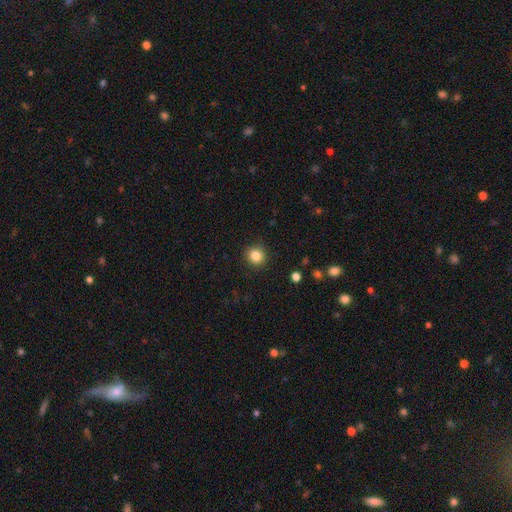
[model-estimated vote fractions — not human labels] A smooth galaxy with no disk features (84%) that is round (90%).

Vote fractions:
- Smooth or featured? smooth: 84% / star or artifact: 11% / featured or disk: 5%
- How rounded? round: 90% / in between: 9% / cigar-shaped: 1%
- Merging? none: 90% / minor disturbance: 7% / major disturbance: 2% / merger: 1%